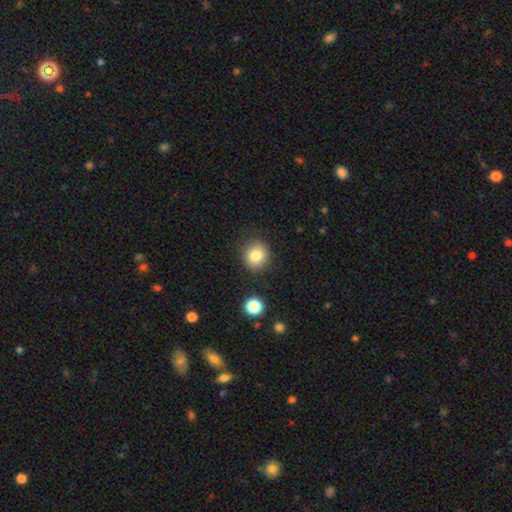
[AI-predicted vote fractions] Q: Smooth or featured?
A: smooth (82%); runner-up: star or artifact (11%)
Q: How rounded?
A: round (85%); runner-up: in between (14%)
Q: Merging?
A: none (86%); runner-up: minor disturbance (9%)